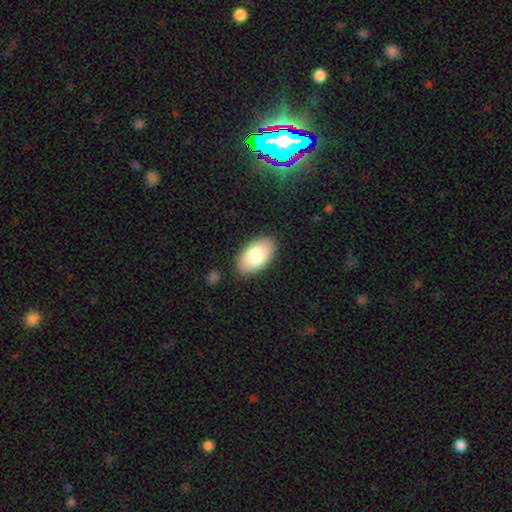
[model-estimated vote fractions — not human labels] Overall: smooth (80%). How rounded: in between (94%). Merging: none (87%).